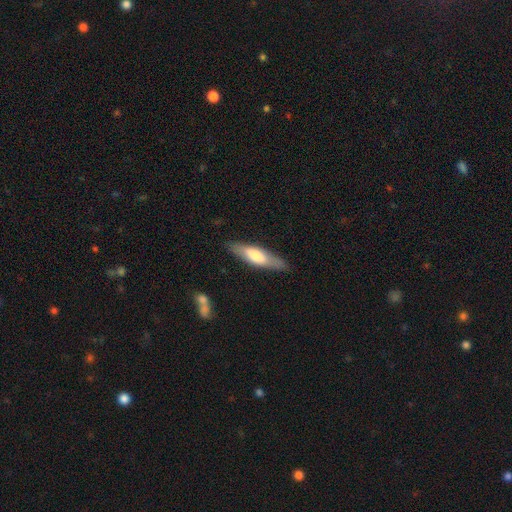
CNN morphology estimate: smooth 57%, featured or disk 38%, star or artifact 5%. Down the decision tree: how rounded — cigar-shaped (69%); merging — none (85%).